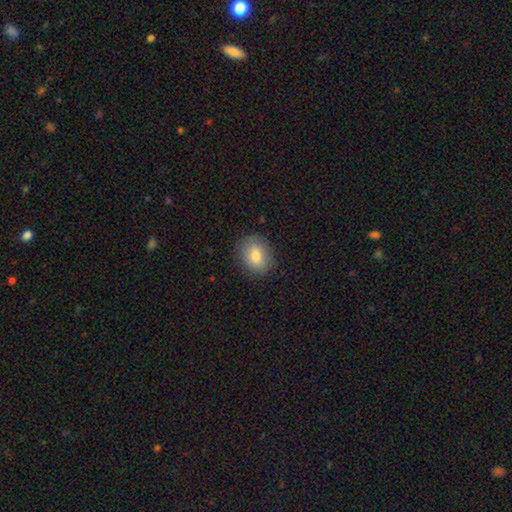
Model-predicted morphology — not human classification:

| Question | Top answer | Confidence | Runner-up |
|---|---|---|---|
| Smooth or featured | smooth | 81% | featured or disk (11%) |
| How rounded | in between | 56% | round (43%) |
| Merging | none | 85% | minor disturbance (11%) |